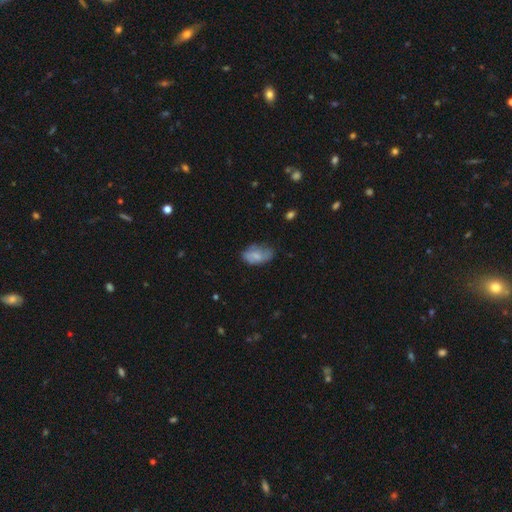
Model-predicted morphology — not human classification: A smooth galaxy with no disk features (66%) that is in between round and cigar-shaped (92%). Merging: none (51%).